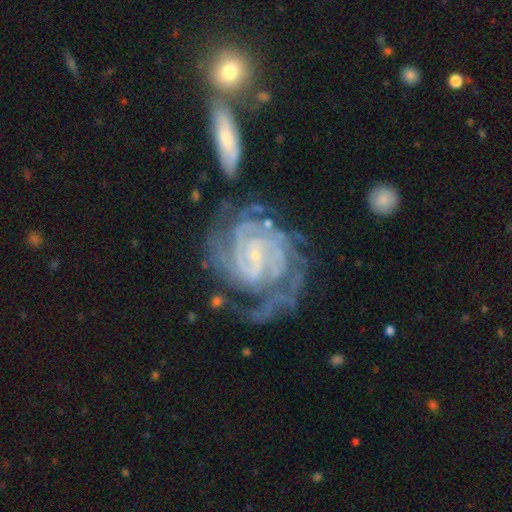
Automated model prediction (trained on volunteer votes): Smooth or featured? Predicted: featured or disk (p=0.91). Edge-on disk? Predicted: no (p=0.97). Bar? Predicted: no (p=0.50). Spiral arms? Predicted: yes (p=0.98). Spiral winding? Predicted: tight (p=0.73). Spiral arm count? Predicted: 4 (p=0.23). Bulge size? Predicted: small (p=0.85). Merging? Predicted: none (p=0.48).